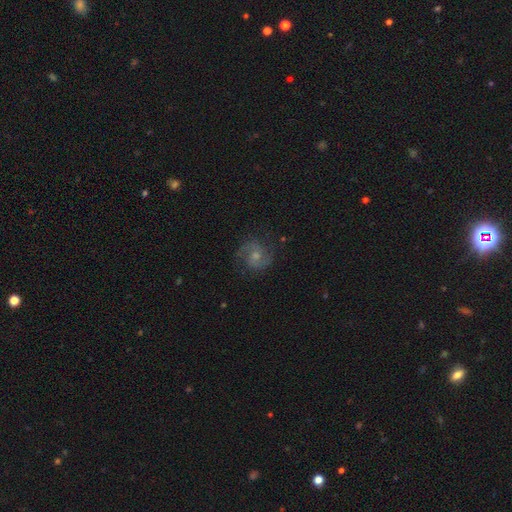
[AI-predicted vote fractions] Q: Smooth or featured?
A: featured or disk (79%); runner-up: smooth (13%)
Q: Edge-on disk?
A: no (98%); runner-up: yes (2%)
Q: Bar?
A: no (55%); runner-up: weak (39%)
Q: Spiral arms?
A: yes (96%); runner-up: no (4%)
Q: Spiral winding?
A: medium (55%); runner-up: tight (26%)
Q: Spiral arm count?
A: 2 (88%); runner-up: can't tell (5%)
Q: Bulge size?
A: moderate (51%); runner-up: small (39%)
Q: Merging?
A: none (77%); runner-up: minor disturbance (15%)